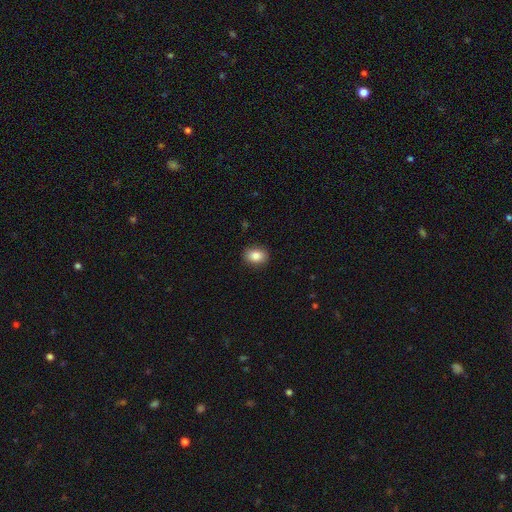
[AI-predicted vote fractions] Smooth or featured? Predicted: smooth (p=0.86). How rounded? Predicted: in between (p=0.67). Merging? Predicted: none (p=0.89).